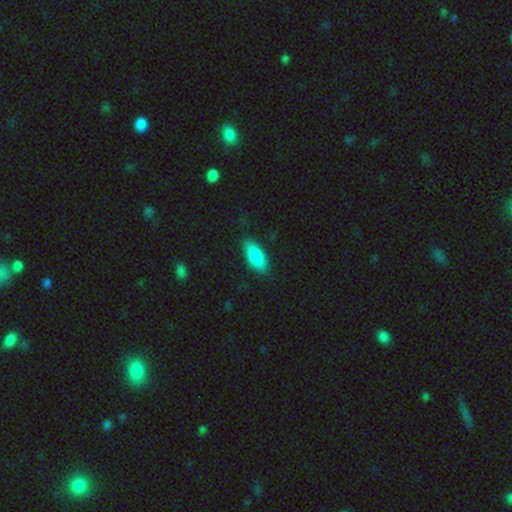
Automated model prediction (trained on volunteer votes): Smooth or featured?
  - smooth: 83% *
  - featured or disk: 11%
  - star or artifact: 6%
How rounded?
  - in between: 78% *
  - cigar-shaped: 19%
  - round: 2%
Merging?
  - none: 83% *
  - minor disturbance: 13%
  - major disturbance: 3%
  - merger: 1%